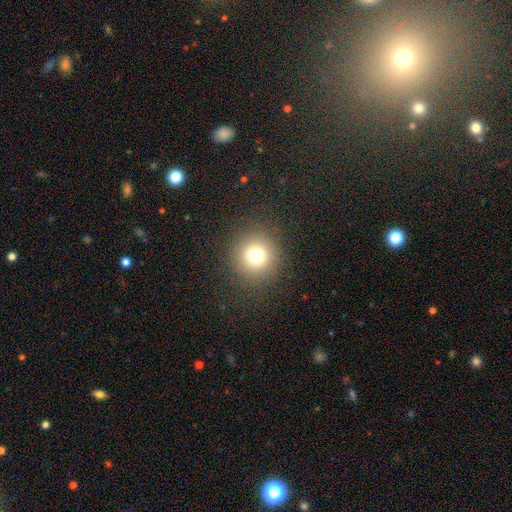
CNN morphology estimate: This appears to be a smooth galaxy with no disk features (75%) that is round (95%). Merging: none (89%).